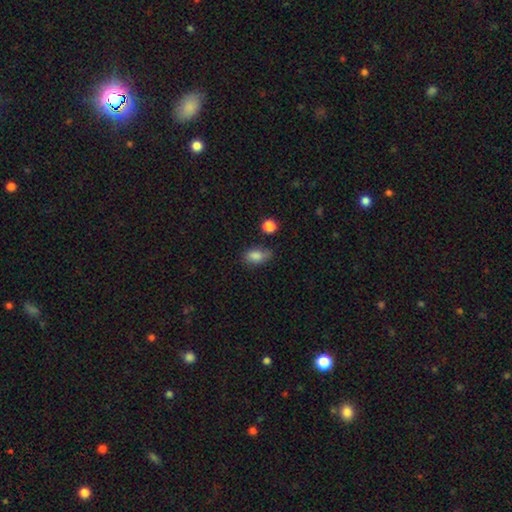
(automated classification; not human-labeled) Morphology: type=smooth (82%); roundness=in between (84%); merging=none (58%).